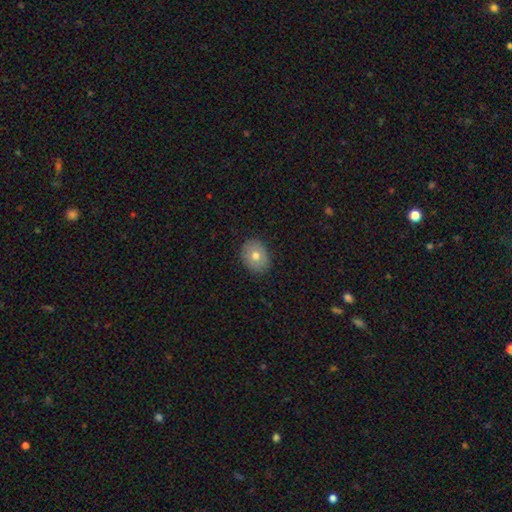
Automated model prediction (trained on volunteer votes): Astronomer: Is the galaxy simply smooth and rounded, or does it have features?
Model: smooth — 73%.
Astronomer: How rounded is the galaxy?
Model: in between — 57% (runner-up: round, 42%).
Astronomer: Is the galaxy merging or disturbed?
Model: none — 87%.